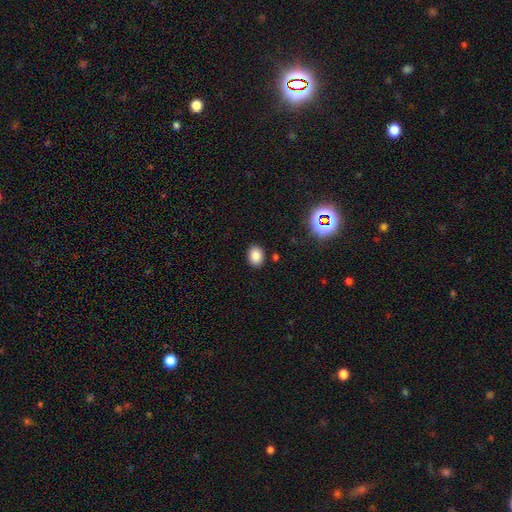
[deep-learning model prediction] smooth 85%, star or artifact 11%, featured or disk 4%. Down the decision tree: how rounded — in between (63%); merging — none (87%).